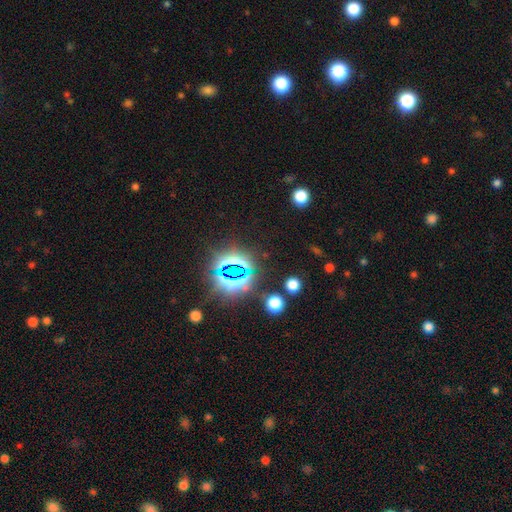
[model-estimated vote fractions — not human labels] Smooth or featured? Predicted: star or artifact (p=0.81).